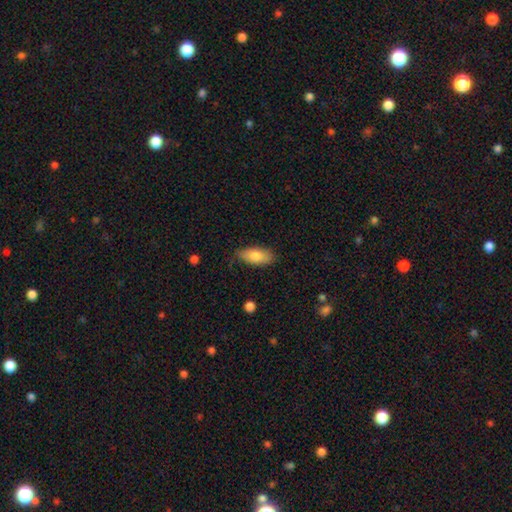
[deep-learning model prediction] Q: Smooth or featured?
A: smooth (79%); runner-up: featured or disk (14%)
Q: How rounded?
A: in between (85%); runner-up: cigar-shaped (13%)
Q: Merging?
A: none (78%); runner-up: minor disturbance (18%)